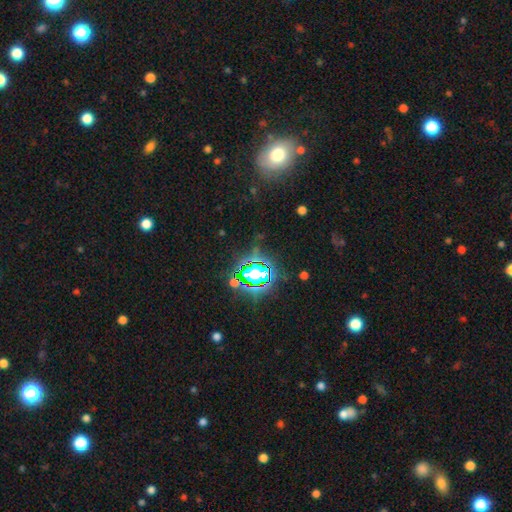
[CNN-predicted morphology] star or artifact 77%, smooth 14%, featured or disk 10%.